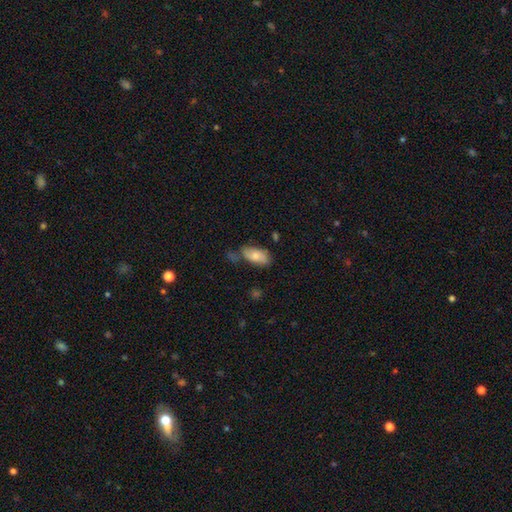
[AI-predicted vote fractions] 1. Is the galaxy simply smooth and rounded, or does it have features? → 76% smooth, 17% featured or disk, 7% star or artifact.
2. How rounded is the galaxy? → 91% in between, 6% cigar-shaped, 3% round.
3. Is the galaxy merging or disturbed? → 55% none, 26% minor disturbance, 10% merger, 8% major disturbance.